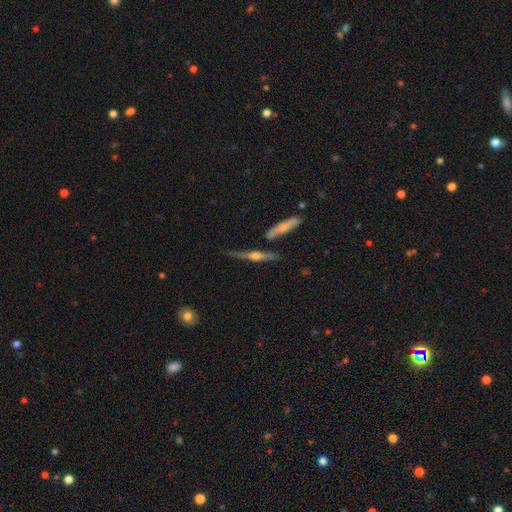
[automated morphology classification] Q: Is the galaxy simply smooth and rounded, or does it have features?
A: featured or disk — 76%.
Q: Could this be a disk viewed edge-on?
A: yes — 95%.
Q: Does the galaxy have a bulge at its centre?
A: rounded — 88%.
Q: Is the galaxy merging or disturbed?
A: none — 68%.